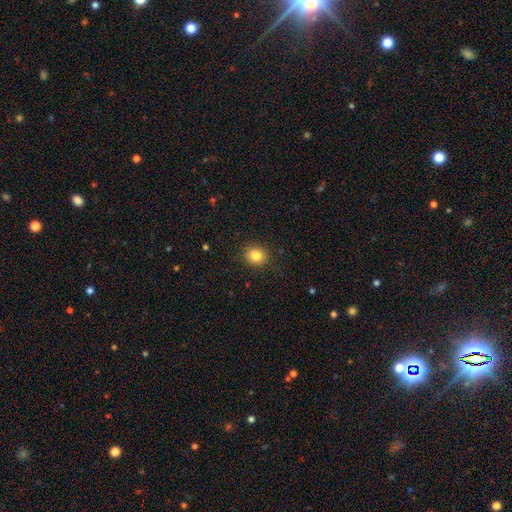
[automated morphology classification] This is clearly a smooth galaxy (84%). How rounded: likely round (74%). Merging: clearly none (89%).